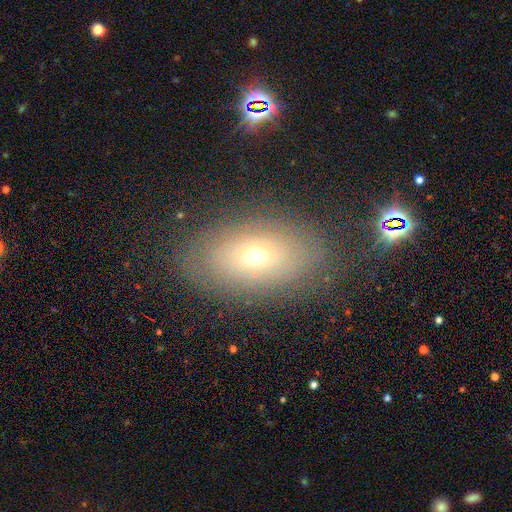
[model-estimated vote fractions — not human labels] smooth-or-featured: smooth: 56% | featured or disk: 29% | star or artifact: 14%
  how-rounded: in between: 85% | round: 13% | cigar-shaped: 2%
  merging: none: 78% | minor disturbance: 13% | major disturbance: 7% | merger: 1%